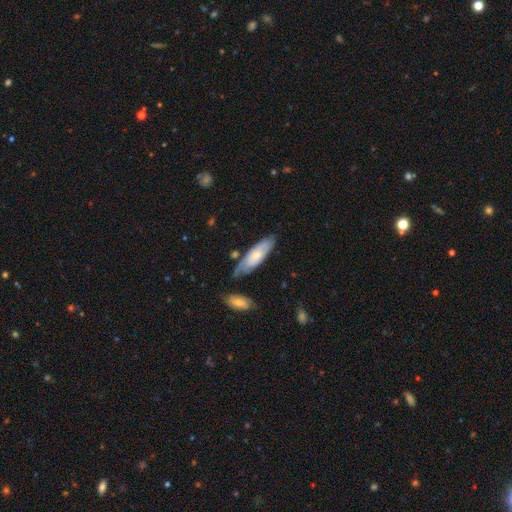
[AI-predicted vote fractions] Overall: smooth (49%; featured or disk 45%). Merging: none (65%).